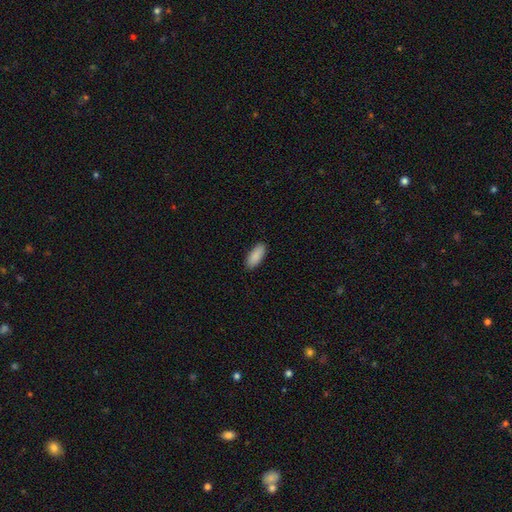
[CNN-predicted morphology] Smooth or featured?
  - smooth: 90% *
  - star or artifact: 6%
  - featured or disk: 4%
How rounded?
  - in between: 81% *
  - cigar-shaped: 17%
  - round: 2%
Merging?
  - none: 89% *
  - minor disturbance: 8%
  - major disturbance: 2%
  - merger: 1%